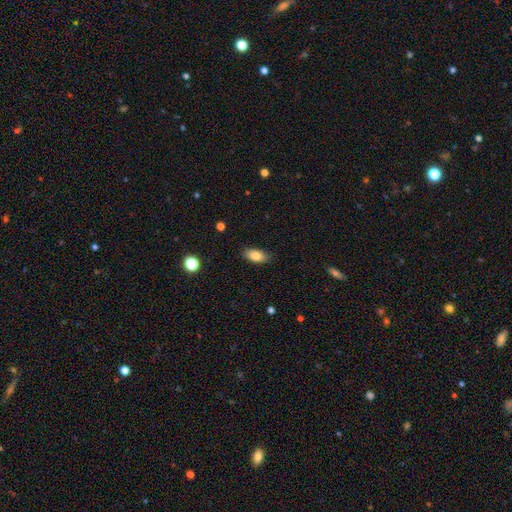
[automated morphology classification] type=smooth (83%); roundness=in between (89%); merging=none (85%).